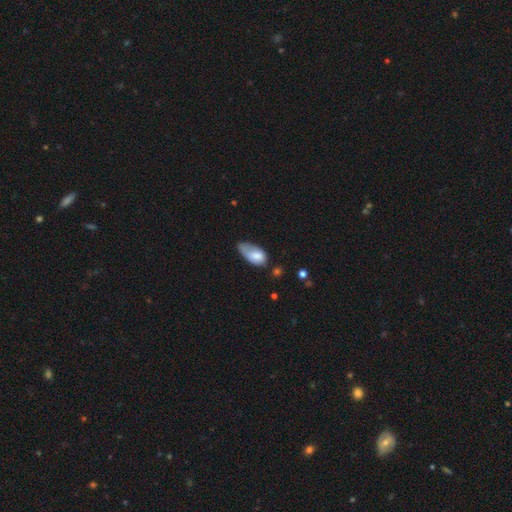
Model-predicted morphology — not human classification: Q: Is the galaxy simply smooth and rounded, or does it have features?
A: smooth — 75%.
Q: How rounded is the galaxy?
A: in between — 92%.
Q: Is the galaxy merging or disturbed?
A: minor disturbance — 42%.